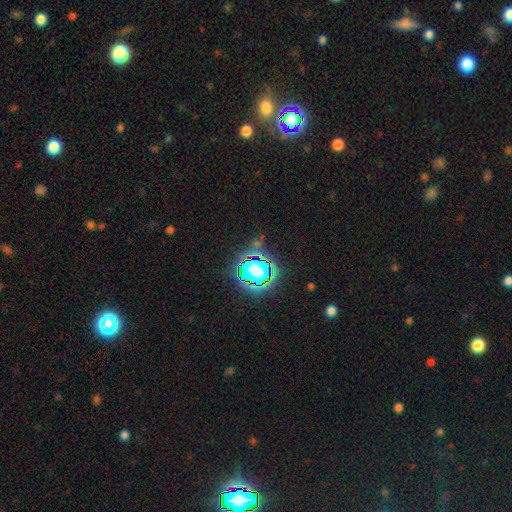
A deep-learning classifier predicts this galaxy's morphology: Smooth or featured? Predicted: star or artifact (p=0.81).